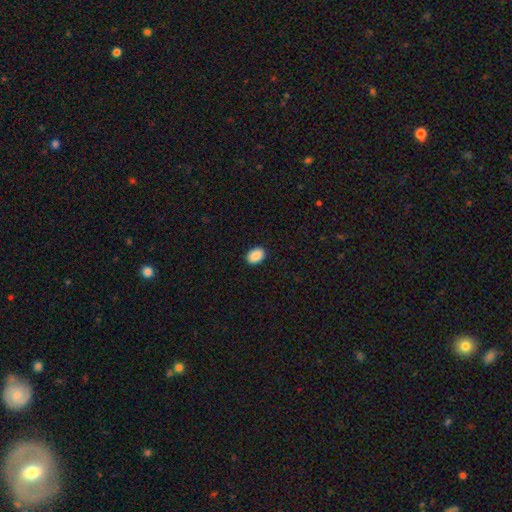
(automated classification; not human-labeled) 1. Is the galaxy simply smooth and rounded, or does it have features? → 90% smooth, 7% star or artifact, 3% featured or disk.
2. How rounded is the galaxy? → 79% in between, 20% round, 1% cigar-shaped.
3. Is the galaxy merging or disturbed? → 90% none, 7% minor disturbance, 2% major disturbance, 1% merger.